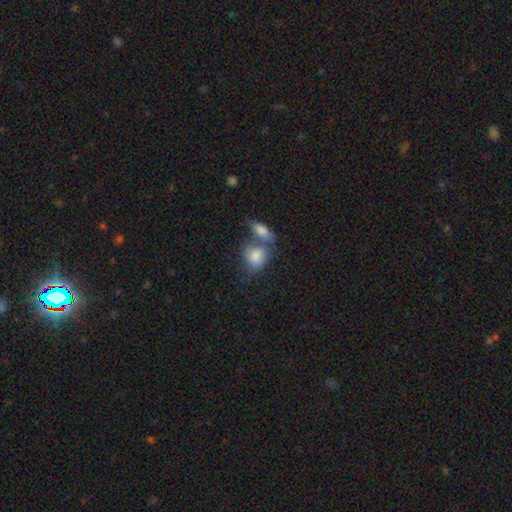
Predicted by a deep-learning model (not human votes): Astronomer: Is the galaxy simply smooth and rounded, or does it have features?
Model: smooth — 77%.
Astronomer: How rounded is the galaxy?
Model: in between — 60% (runner-up: round, 37%).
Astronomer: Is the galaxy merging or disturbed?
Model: merger — 47% (runner-up: none, 32%).